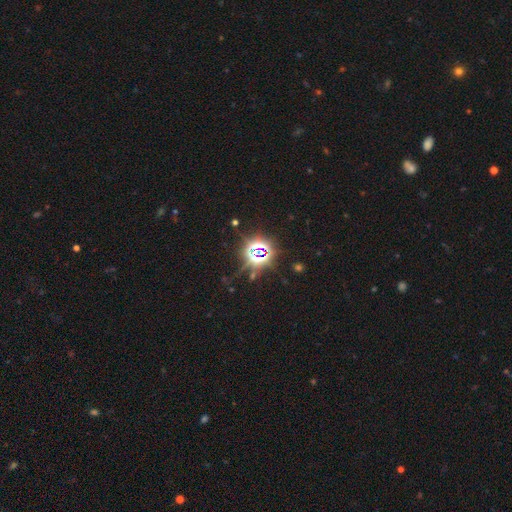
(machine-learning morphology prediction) Q: Smooth or featured?
A: star or artifact (79%); runner-up: smooth (14%)